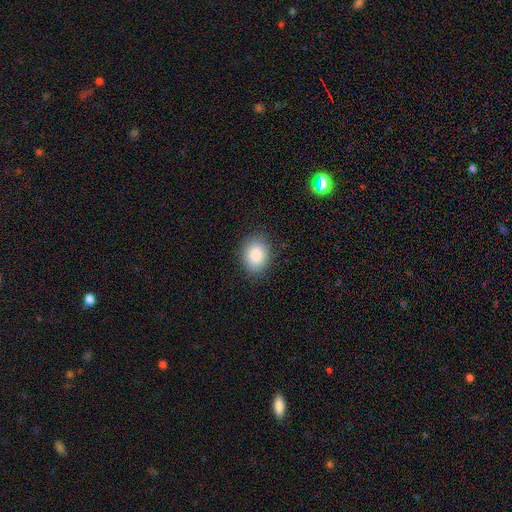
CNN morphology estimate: Smooth or featured?
  - smooth: 87% *
  - star or artifact: 8%
  - featured or disk: 5%
How rounded?
  - in between: 59% *
  - round: 40%
  - cigar-shaped: 1%
Merging?
  - none: 85% *
  - minor disturbance: 11%
  - major disturbance: 3%
  - merger: 1%